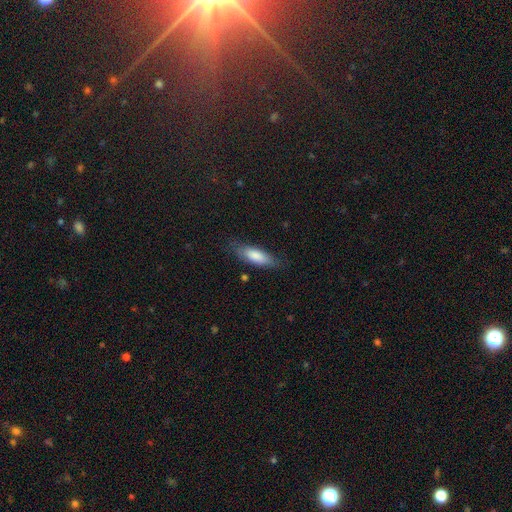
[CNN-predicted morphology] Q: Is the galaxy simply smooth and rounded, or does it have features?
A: smooth — 80%.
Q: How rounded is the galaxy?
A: in between — 62%.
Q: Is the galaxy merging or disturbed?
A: none — 77%.